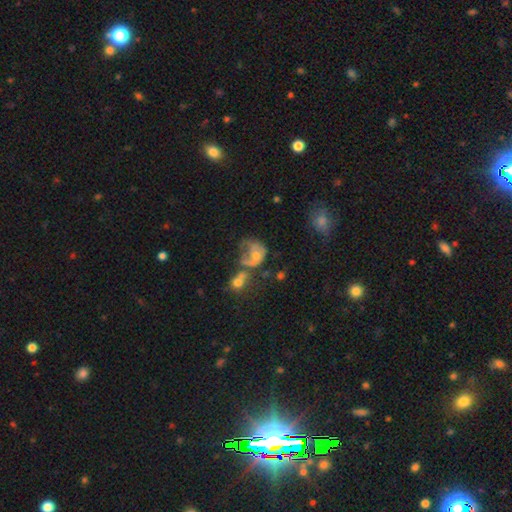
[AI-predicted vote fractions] A featured or disk galaxy (49%).

Vote fractions:
- Smooth or featured? featured or disk: 49% / smooth: 39% / star or artifact: 12%
- Merging? major disturbance: 32% / merger: 31% / none: 20% / minor disturbance: 17%